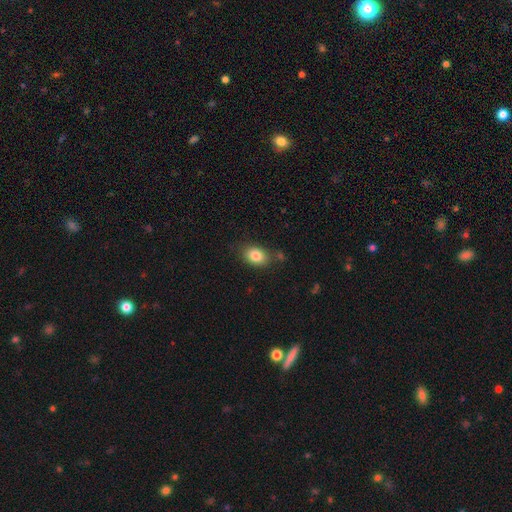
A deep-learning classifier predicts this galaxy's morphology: This appears to be a smooth galaxy with no disk features (84%) that is in between round and cigar-shaped (72%). Merging: none (78%).